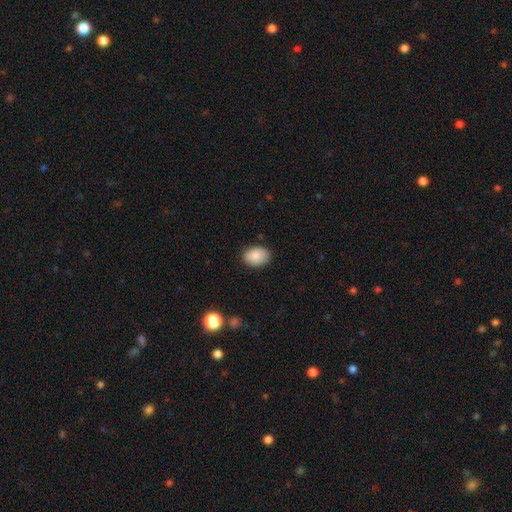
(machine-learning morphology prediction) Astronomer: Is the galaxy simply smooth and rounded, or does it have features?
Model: smooth — 88%.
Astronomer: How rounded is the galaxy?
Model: in between — 77%.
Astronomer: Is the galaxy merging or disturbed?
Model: none — 85%.